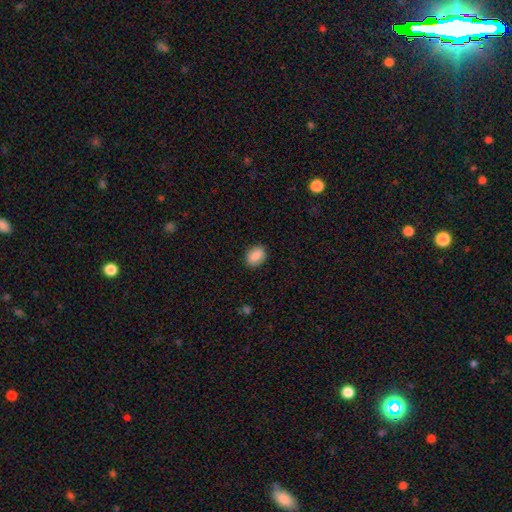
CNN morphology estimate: Smooth or featured? smooth (88%)
How rounded? in between (72%)
Merging? none (88%)